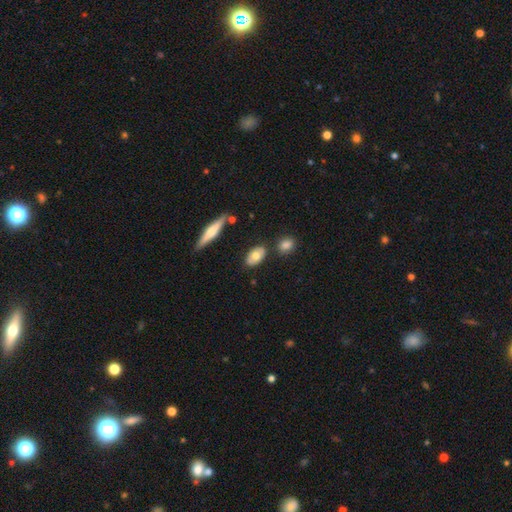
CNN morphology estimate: type=smooth (67%); roundness=in between (88%); merging=none (79%).